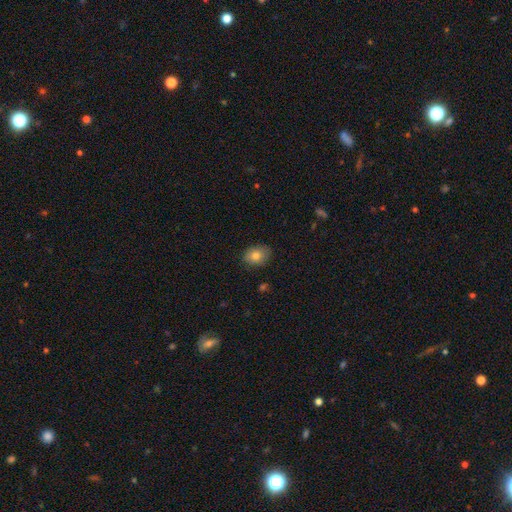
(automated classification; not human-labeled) smooth 80%, featured or disk 11%, star or artifact 9%. Down the decision tree: how rounded — in between (72%); merging — none (84%).